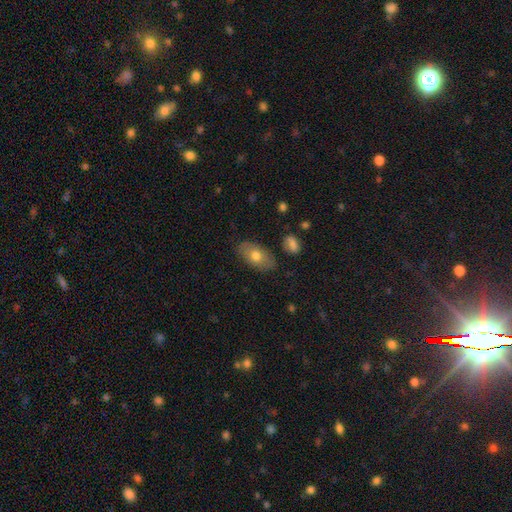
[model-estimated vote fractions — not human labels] Smooth or featured? Predicted: smooth (p=0.70). How rounded? Predicted: in between (p=0.92). Merging? Predicted: none (p=0.82).